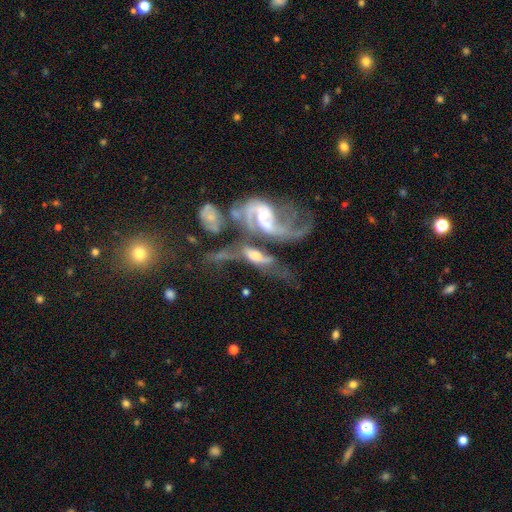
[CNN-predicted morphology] The model was most divided on "spiral winding": loose: 49%, medium: 33%, tight: 19%. More confident: edge-on disk — no (86%); spiral arms — yes (83%); smooth or featured — featured or disk (76%); merging — merger (67%); spiral arm count — 2 (66%); bulge size — moderate (52%); bar — no (52%).